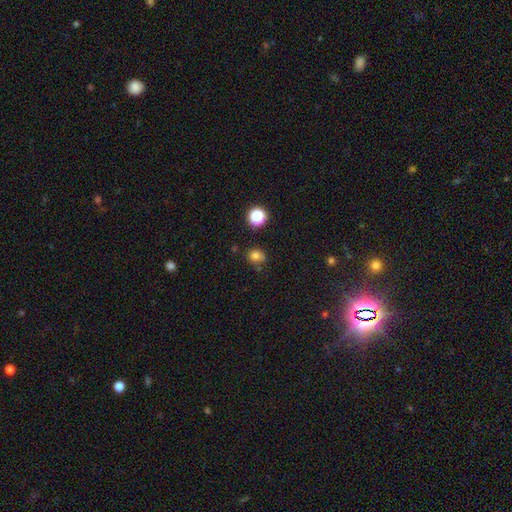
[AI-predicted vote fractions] Smooth or featured? smooth (76%)
How rounded? round (72%)
Merging? none (66%)